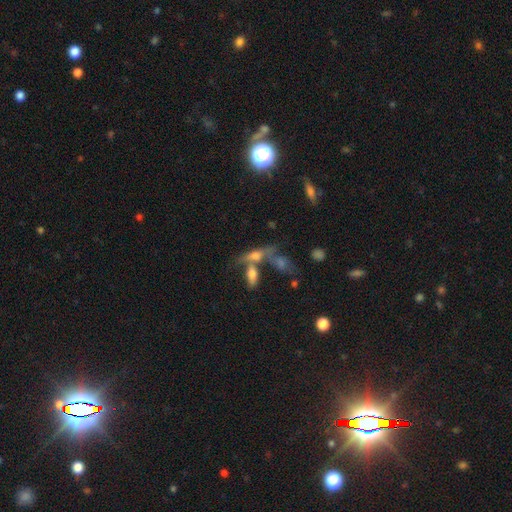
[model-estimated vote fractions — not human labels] The model was most divided on "smooth or featured": smooth: 43%, featured or disk: 42%, star or artifact: 15%. Remaining: merging — none (42%).